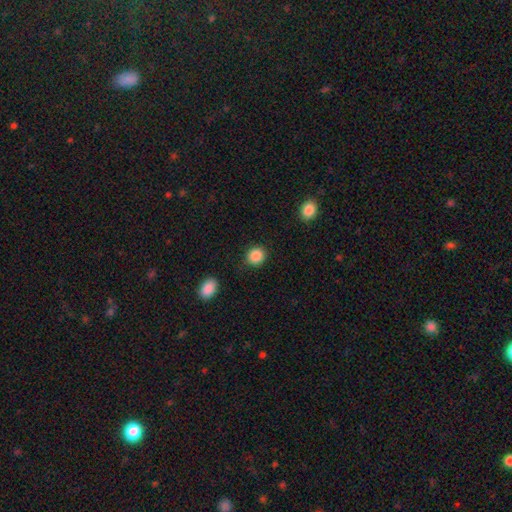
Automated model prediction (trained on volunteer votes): A smooth galaxy with no disk features (88%) that is round (80%).

Vote fractions:
- Smooth or featured? smooth: 88% / star or artifact: 9% / featured or disk: 3%
- How rounded? round: 80% / in between: 19% / cigar-shaped: 1%
- Merging? none: 86% / minor disturbance: 9% / major disturbance: 3% / merger: 2%